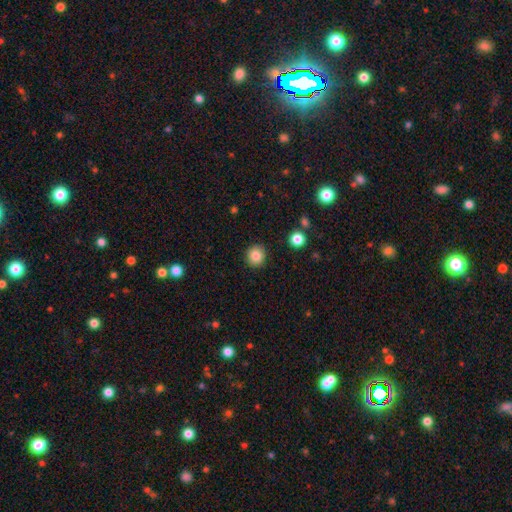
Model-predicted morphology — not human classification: Smooth or featured: smooth — 84% (star or artifact — 10%)
How rounded: round — 90% (in between — 9%)
Merging: none — 91% (minor disturbance — 6%)